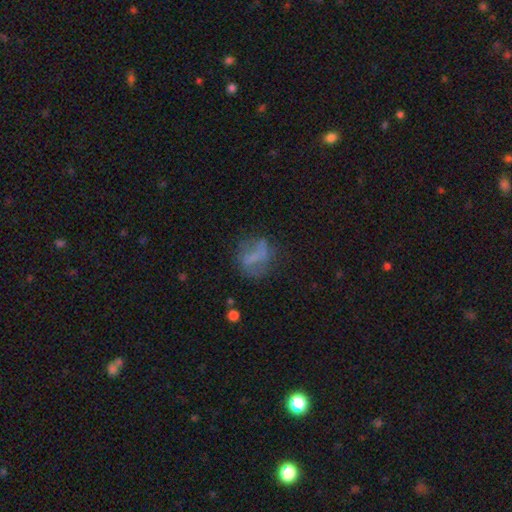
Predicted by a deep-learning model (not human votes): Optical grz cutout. It shows a smooth galaxy with no disk features (45%). Merging: none (54%).